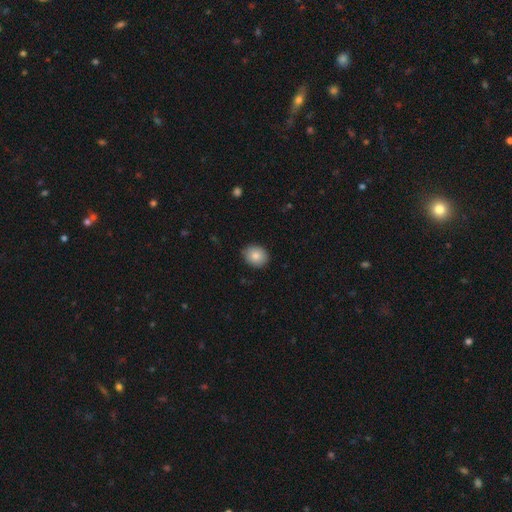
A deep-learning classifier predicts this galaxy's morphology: smooth-or-featured: smooth: 84% | star or artifact: 8% | featured or disk: 8%
  how-rounded: round: 61% | in between: 38% | cigar-shaped: 1%
  merging: none: 87% | minor disturbance: 10% | major disturbance: 2% | merger: 1%